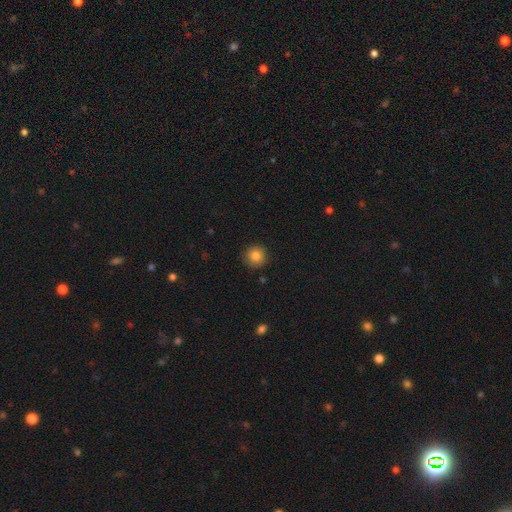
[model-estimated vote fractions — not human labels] This appears to be a smooth galaxy with no disk features (84%) that is round (94%). Merging: none (91%).